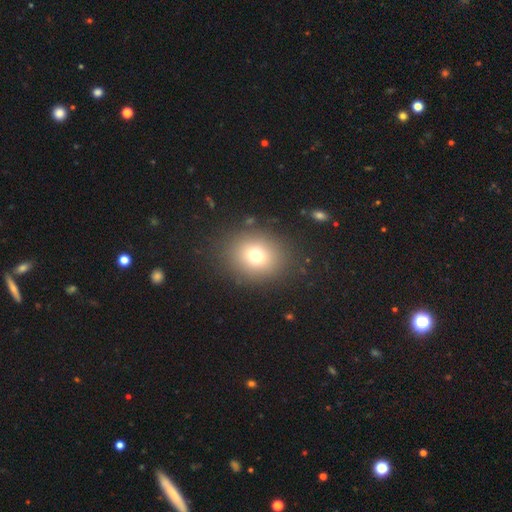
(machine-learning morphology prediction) This is likely a smooth galaxy (72%). How rounded: likely round (69%). Merging: clearly none (86%).